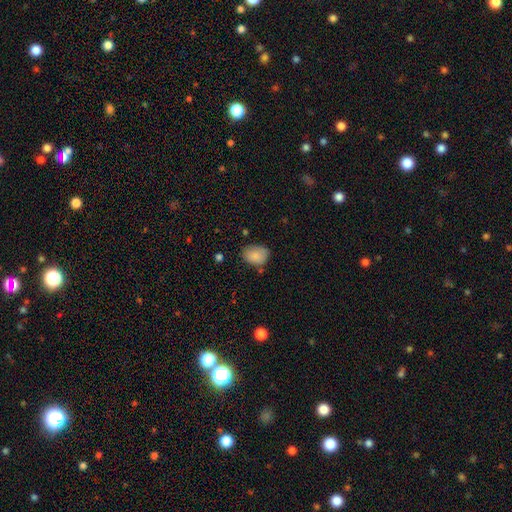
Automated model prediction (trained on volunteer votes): Morphology: type=smooth (87%); roundness=in between (72%); merging=none (68%).